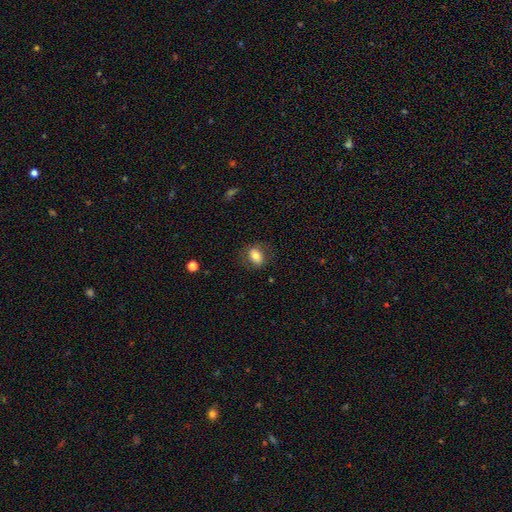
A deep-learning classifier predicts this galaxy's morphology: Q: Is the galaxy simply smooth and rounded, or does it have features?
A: smooth — 74%.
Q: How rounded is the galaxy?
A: in between — 73%.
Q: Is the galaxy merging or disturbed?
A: none — 77%.